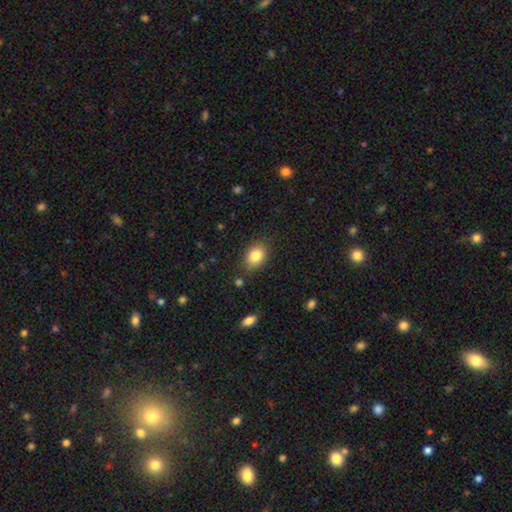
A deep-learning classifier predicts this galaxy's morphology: A smooth galaxy with no disk features (84%) that is in between round and cigar-shaped (78%).

Vote fractions:
- Smooth or featured? smooth: 84% / star or artifact: 8% / featured or disk: 8%
- How rounded? in between: 78% / round: 21% / cigar-shaped: 1%
- Merging? none: 82% / minor disturbance: 12% / major disturbance: 3% / merger: 2%